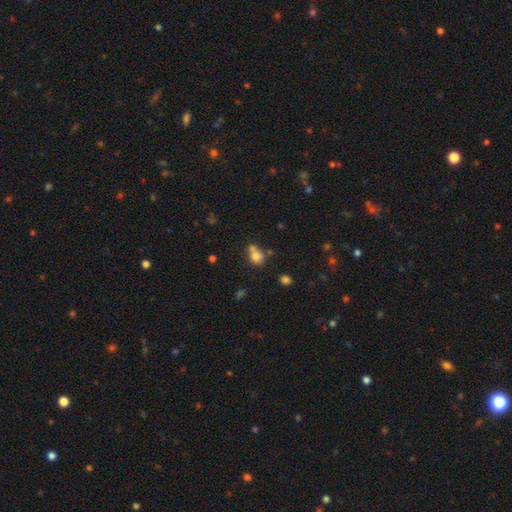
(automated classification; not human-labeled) This appears to be a smooth galaxy with no disk features (76%) that is round (68%). Merging: merger (41%).